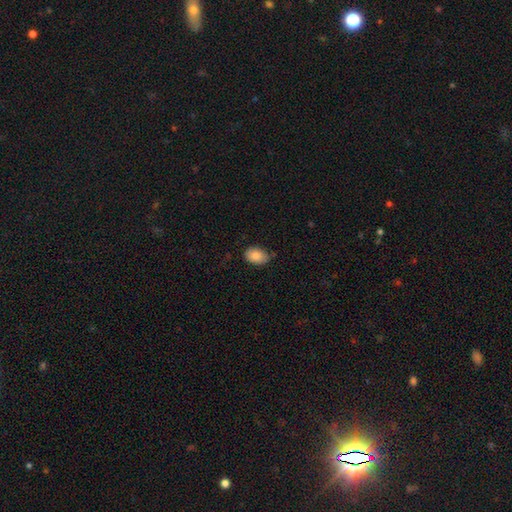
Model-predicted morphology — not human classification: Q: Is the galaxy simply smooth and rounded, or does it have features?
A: smooth — 85%.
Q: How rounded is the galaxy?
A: in between — 87%.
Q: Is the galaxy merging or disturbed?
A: none — 76%.